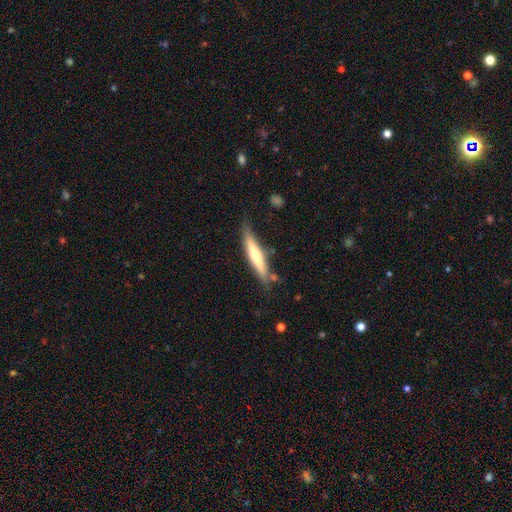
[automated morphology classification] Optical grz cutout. It shows a featured or disk galaxy (49%). Merging: none (74%).